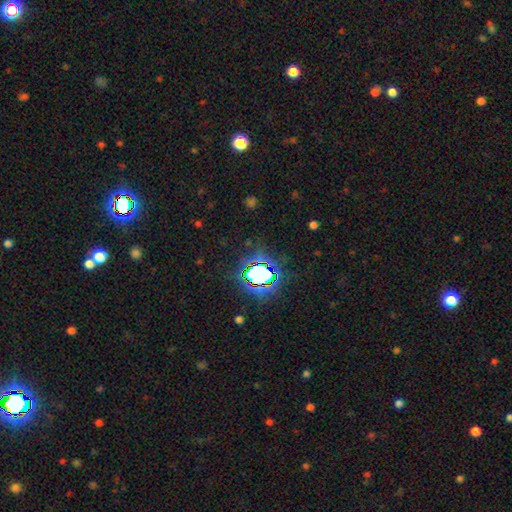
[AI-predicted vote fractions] Smooth or featured: star or artifact — 81% (smooth — 12%)